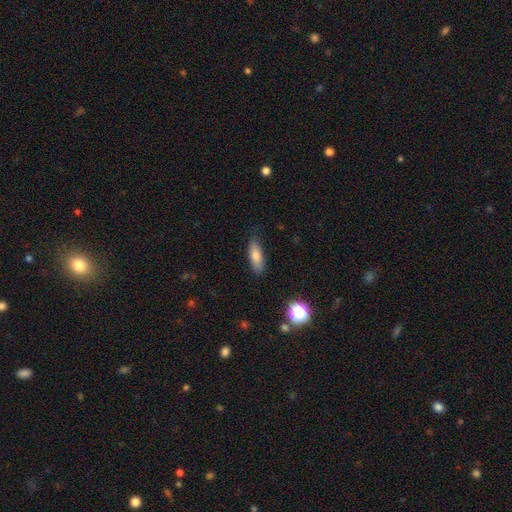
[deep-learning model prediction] Morphology: type=smooth (75%); roundness=in between (57%); merging=none (80%).